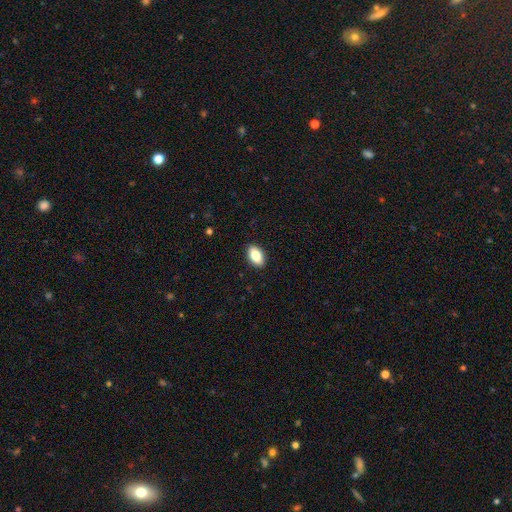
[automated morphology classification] Smooth or featured?
  - smooth: 83% *
  - featured or disk: 10%
  - star or artifact: 7%
How rounded?
  - in between: 91% *
  - round: 5%
  - cigar-shaped: 3%
Merging?
  - none: 89% *
  - minor disturbance: 8%
  - major disturbance: 2%
  - merger: 1%